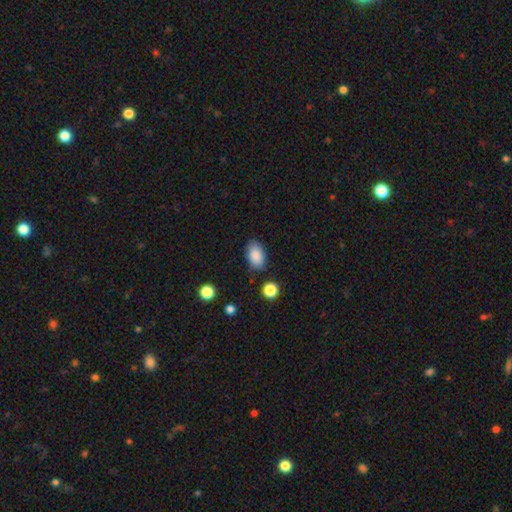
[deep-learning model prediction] The model was most divided on "merging": none: 81%, minor disturbance: 13%, major disturbance: 3%, merger: 2%. More confident: how rounded — in between (92%); smooth or featured — smooth (87%).